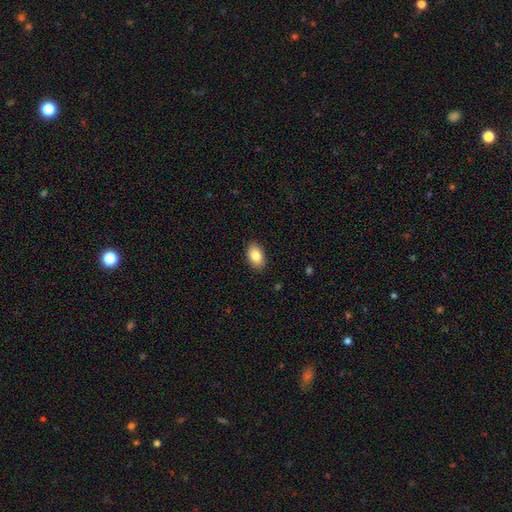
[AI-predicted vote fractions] Q: Smooth or featured?
A: smooth (85%); runner-up: featured or disk (8%)
Q: How rounded?
A: in between (90%); runner-up: round (9%)
Q: Merging?
A: none (89%); runner-up: minor disturbance (8%)